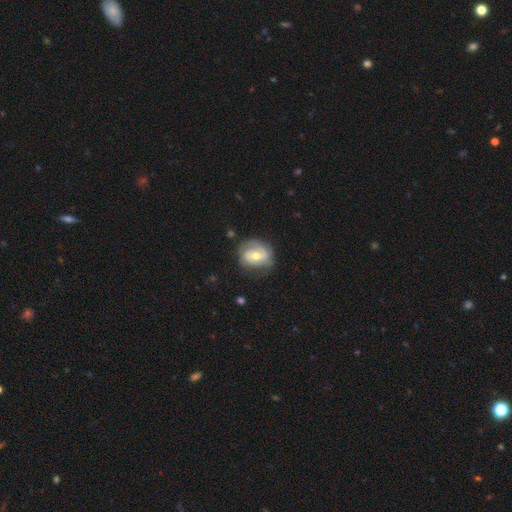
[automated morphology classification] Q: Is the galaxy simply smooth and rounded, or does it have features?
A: featured or disk — 66%.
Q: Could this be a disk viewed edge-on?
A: no — 97%.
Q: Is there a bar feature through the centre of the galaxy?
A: no — 52%.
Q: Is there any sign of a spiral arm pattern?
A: yes — 81%.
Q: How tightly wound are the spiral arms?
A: tight — 46%.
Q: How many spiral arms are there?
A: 2 — 54%.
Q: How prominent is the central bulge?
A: moderate — 68%.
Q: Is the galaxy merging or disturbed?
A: none — 65%.